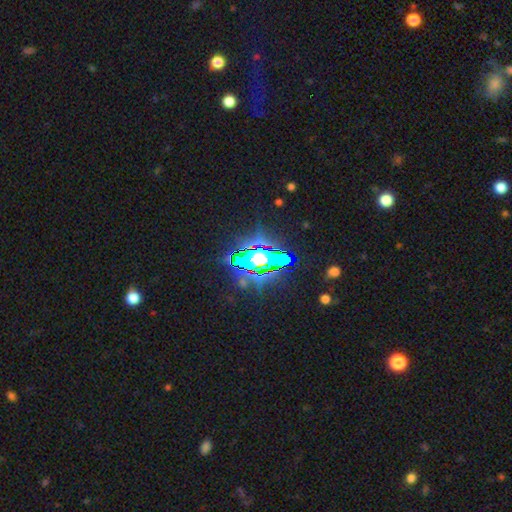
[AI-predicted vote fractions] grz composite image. It shows a star or artifact, not a galaxy (68%).